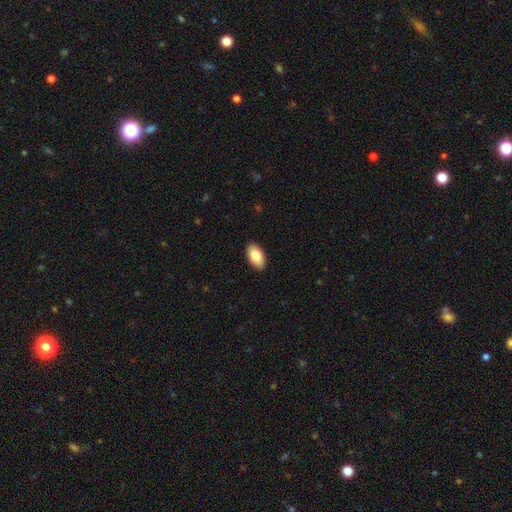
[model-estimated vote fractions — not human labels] A smooth galaxy with no disk features (86%) that is in between round and cigar-shaped (95%).

Vote fractions:
- Smooth or featured? smooth: 86% / featured or disk: 8% / star or artifact: 6%
- How rounded? in between: 95% / round: 3% / cigar-shaped: 2%
- Merging? none: 90% / minor disturbance: 7% / major disturbance: 2% / merger: 1%